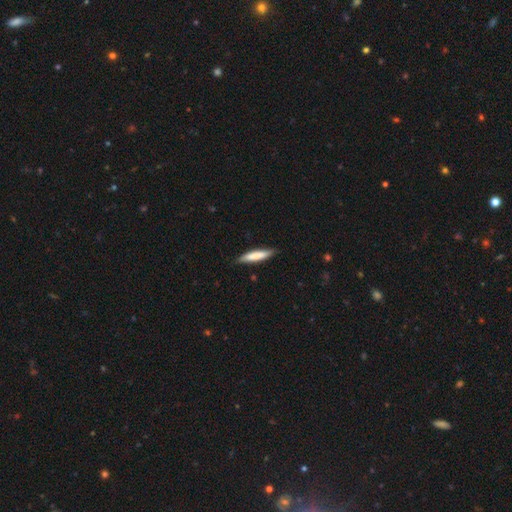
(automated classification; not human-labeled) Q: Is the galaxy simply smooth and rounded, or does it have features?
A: smooth — 78%.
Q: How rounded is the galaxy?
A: cigar-shaped — 86%.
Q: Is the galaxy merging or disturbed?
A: none — 84%.